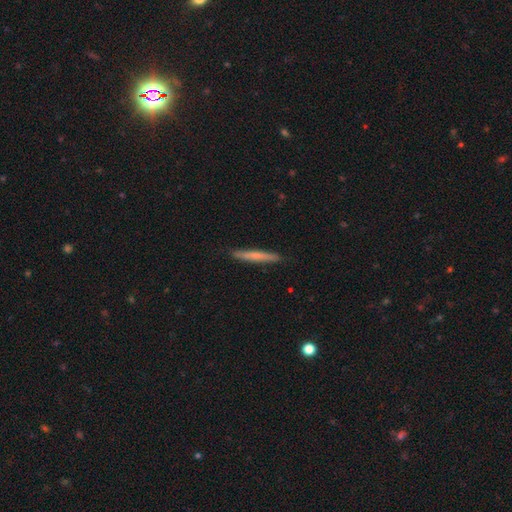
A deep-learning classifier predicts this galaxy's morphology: Overall: smooth (61%; featured or disk 33%). How rounded: cigar-shaped (96%). Merging: none (89%).